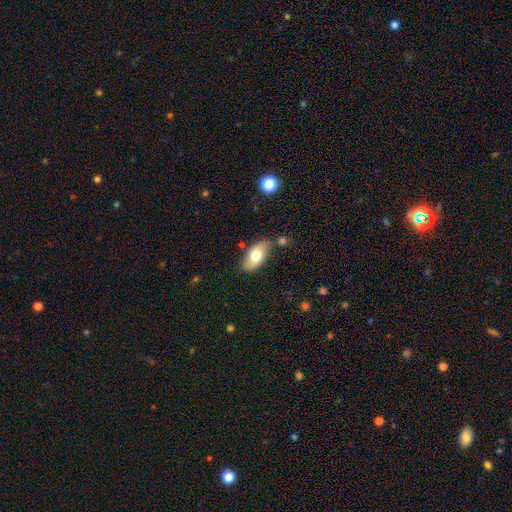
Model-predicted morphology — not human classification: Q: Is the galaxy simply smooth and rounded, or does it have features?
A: smooth — 69%.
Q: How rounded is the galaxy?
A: in between — 90%.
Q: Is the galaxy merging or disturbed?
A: none — 76%.